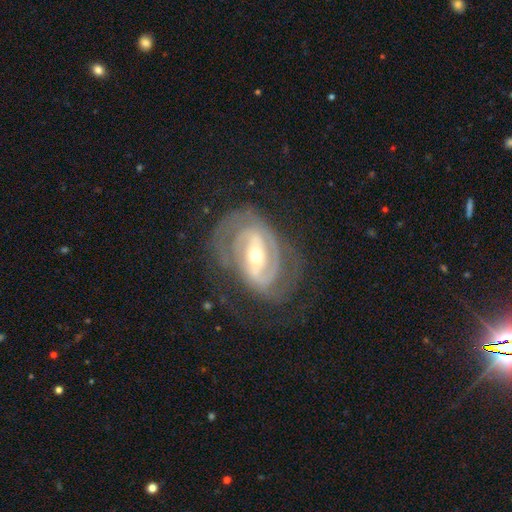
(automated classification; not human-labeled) Morphology: type=featured or disk (86%); edge-on=no (95%); bar=strong (53%); spiral arms=yes (92%); winding=tight (57%); arm count=2 (54%); bulge=moderate (53%); merging=none (70%).